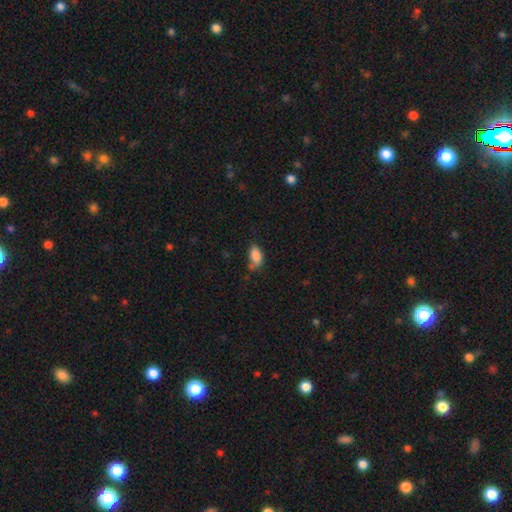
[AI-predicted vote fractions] A smooth galaxy with no disk features (85%) that is in between round and cigar-shaped (92%). Merging: none (54%).